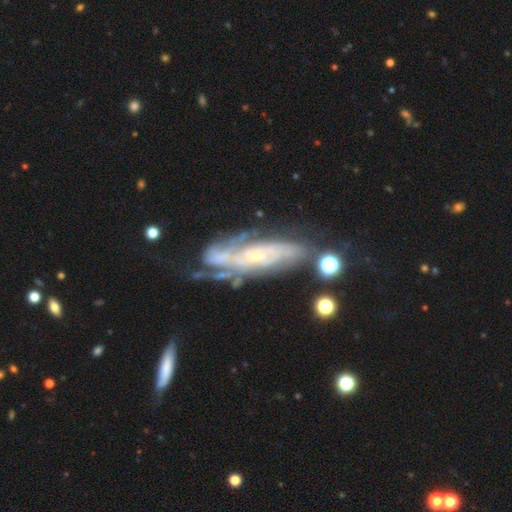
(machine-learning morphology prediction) Smooth or featured: featured or disk — 85% (smooth — 9%)
Edge-on disk: no — 85% (yes — 15%)
Bar: no — 64% (weak — 25%)
Spiral arms: yes — 94% (no — 6%)
Spiral winding: tight — 59% (medium — 32%)
Spiral arm count: can't tell — 37% (2 — 29%)
Bulge size: small — 71% (moderate — 23%)
Merging: none — 58% (minor disturbance — 21%)